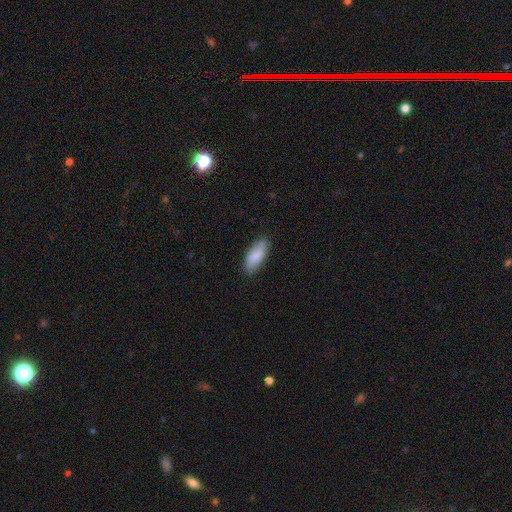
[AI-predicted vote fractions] Morphology: type=smooth (85%); roundness=in between (77%); merging=none (83%).